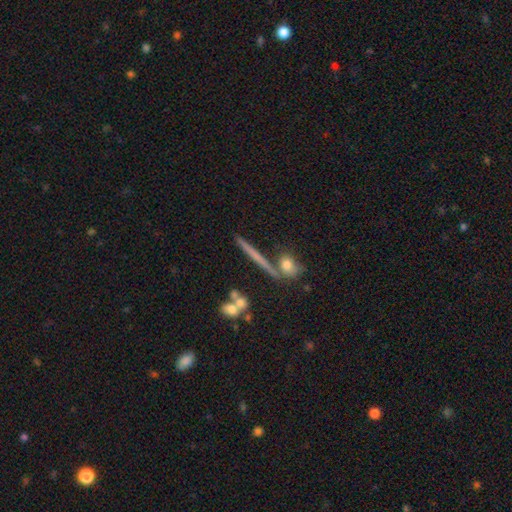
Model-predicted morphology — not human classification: Q: Smooth or featured?
A: featured or disk (48%); runner-up: smooth (42%)
Q: Merging?
A: none (74%); runner-up: merger (12%)